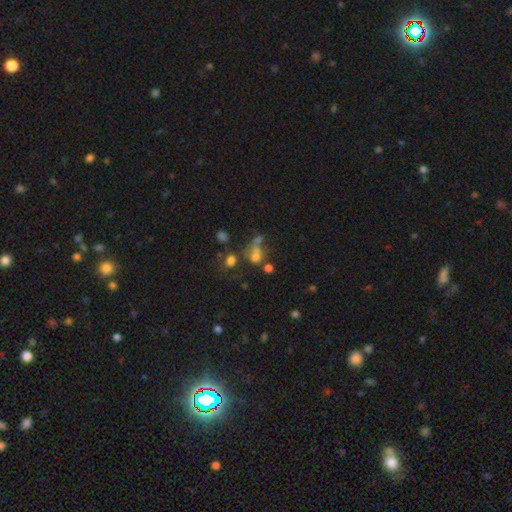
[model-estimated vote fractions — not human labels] Q: Smooth or featured?
A: smooth (55%); runner-up: star or artifact (24%)
Q: How rounded?
A: in between (49%); runner-up: round (47%)
Q: Merging?
A: merger (36%); runner-up: none (30%)